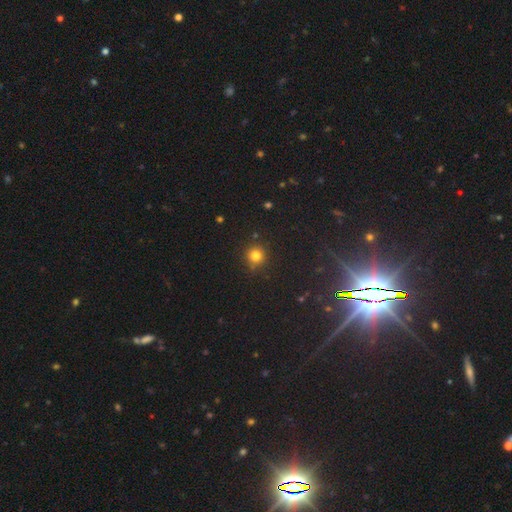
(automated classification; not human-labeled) Smooth or featured? Predicted: smooth (p=0.79). How rounded? Predicted: round (p=0.93). Merging? Predicted: none (p=0.85).